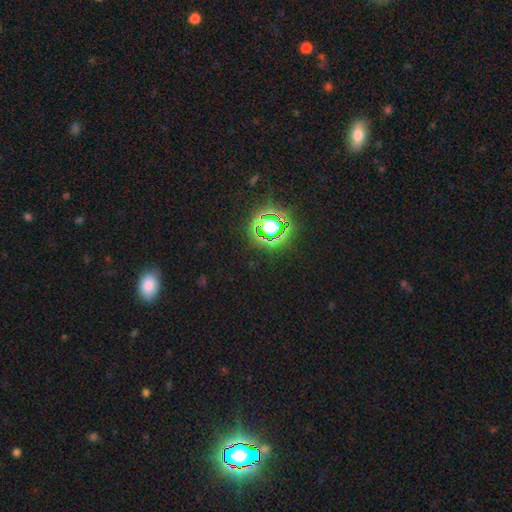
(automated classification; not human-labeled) star or artifact 76%, smooth 17%, featured or disk 7%.